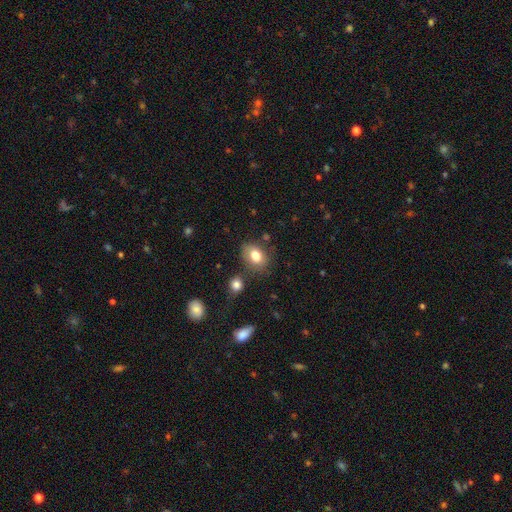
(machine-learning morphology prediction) This is likely a smooth galaxy (79%). How rounded: likely in between (70%). Merging: likely none (71%).